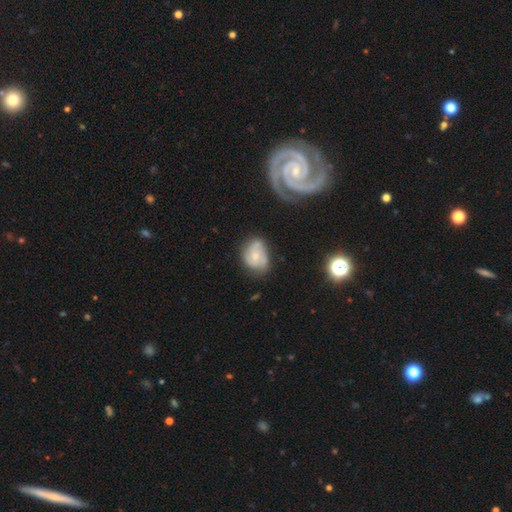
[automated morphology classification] Smooth or featured? Predicted: featured or disk (p=0.54). Edge-on disk? Predicted: no (p=0.97). Bar? Predicted: no (p=0.73). Spiral arms? Predicted: yes (p=0.80). Bulge size? Predicted: small (p=0.51). Merging? Predicted: none (p=0.55).